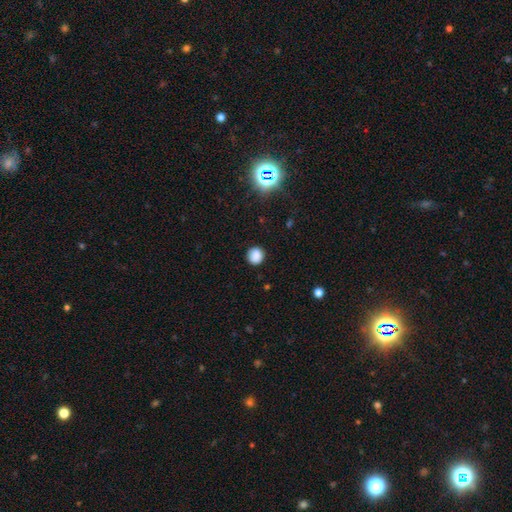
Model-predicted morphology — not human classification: Smooth or featured? Predicted: smooth (p=0.84). How rounded? Predicted: round (p=0.87). Merging? Predicted: none (p=0.88).